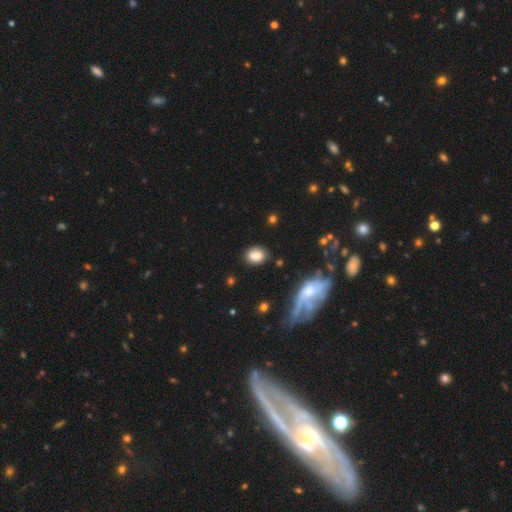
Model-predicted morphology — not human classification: smooth 82%, featured or disk 9%, star or artifact 9%. Down the decision tree: how rounded — in between (67%); merging — none (79%).